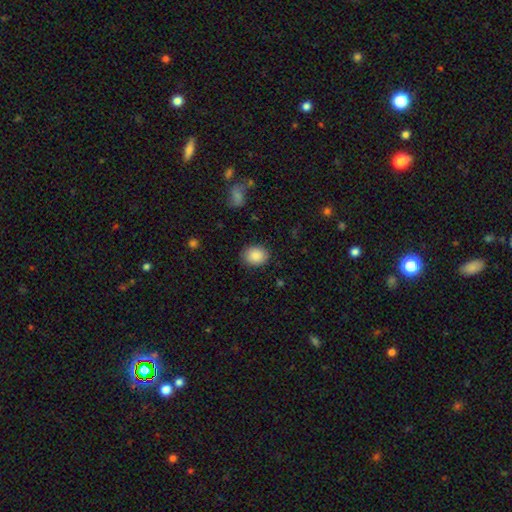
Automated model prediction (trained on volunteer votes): smooth-or-featured: smooth: 88% | star or artifact: 8% | featured or disk: 5%
  how-rounded: round: 61% | in between: 38% | cigar-shaped: 1%
  merging: none: 86% | minor disturbance: 10% | major disturbance: 3% | merger: 1%